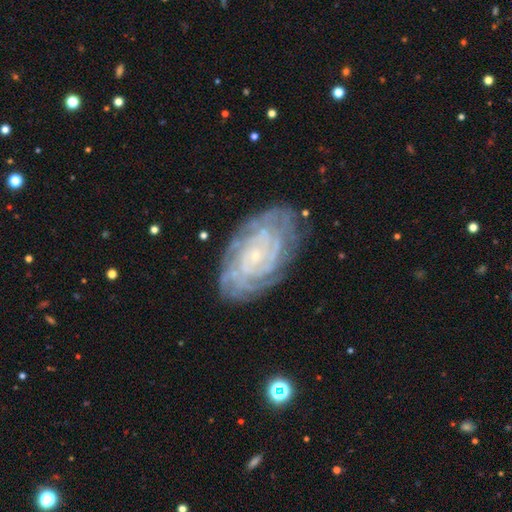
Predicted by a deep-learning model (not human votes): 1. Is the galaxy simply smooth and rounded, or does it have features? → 86% featured or disk, 7% smooth, 6% star or artifact.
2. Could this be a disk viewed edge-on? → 96% no, 4% yes.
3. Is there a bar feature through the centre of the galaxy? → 77% no, 18% weak, 6% strong.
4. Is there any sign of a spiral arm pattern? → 97% yes, 3% no.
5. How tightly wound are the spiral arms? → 82% tight, 15% medium, 3% loose.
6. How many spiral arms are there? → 31% can't tell, 22% 4, 15% more than 4, 13% 3, 13% 2, 7% 1.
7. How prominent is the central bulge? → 86% small, 9% moderate, 2% none, 1% large, 1% dominant.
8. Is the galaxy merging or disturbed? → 79% none, 15% minor disturbance, 5% major disturbance, 1% merger.